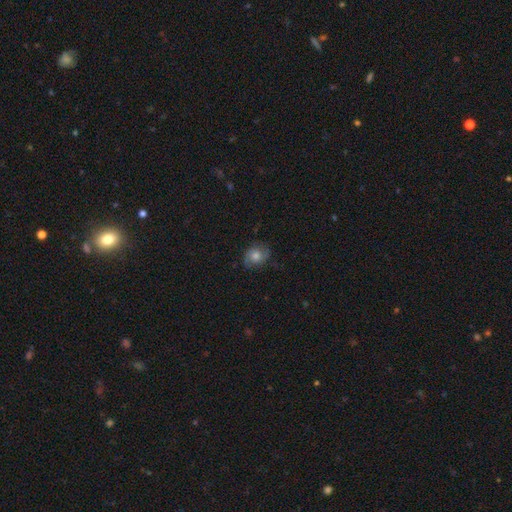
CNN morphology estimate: Q: Smooth or featured?
A: featured or disk (47%); runner-up: smooth (42%)
Q: Merging?
A: none (75%); runner-up: minor disturbance (18%)